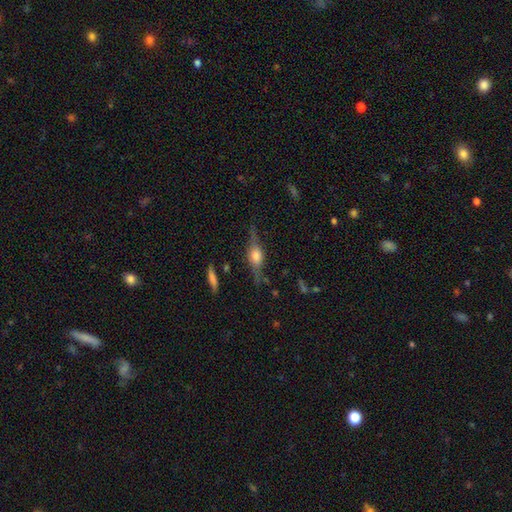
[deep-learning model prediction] smooth-or-featured: featured or disk: 68% | smooth: 24% | star or artifact: 8%
  disk-edge-on: yes: 94% | no: 6%
    edge-on-bulge: rounded: 86% | boxy: 12% | none: 2%
  merging: none: 73% | minor disturbance: 18% | major disturbance: 6% | merger: 2%